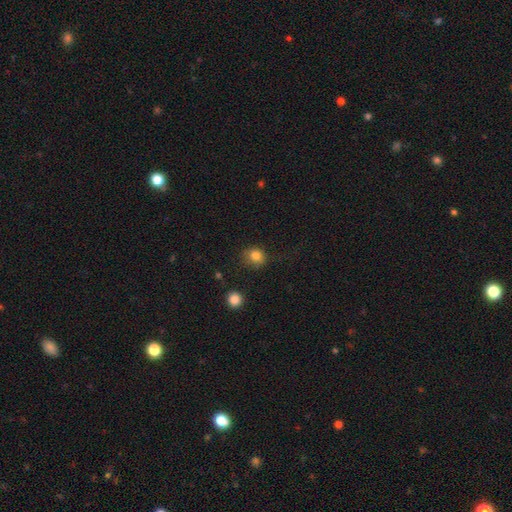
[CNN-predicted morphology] Smooth or featured? Predicted: smooth (p=0.81). How rounded? Predicted: round (p=0.74). Merging? Predicted: none (p=0.71).